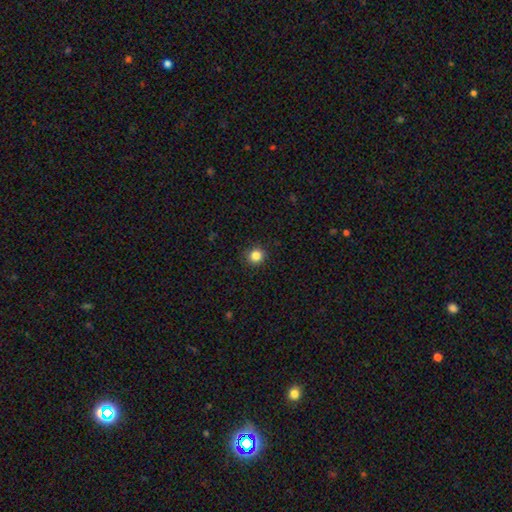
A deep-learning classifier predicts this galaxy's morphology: Smooth or featured?
  - smooth: 85% *
  - star or artifact: 11%
  - featured or disk: 4%
How rounded?
  - round: 92% *
  - in between: 7%
  - cigar-shaped: 1%
Merging?
  - none: 91% *
  - minor disturbance: 6%
  - major disturbance: 2%
  - merger: 1%